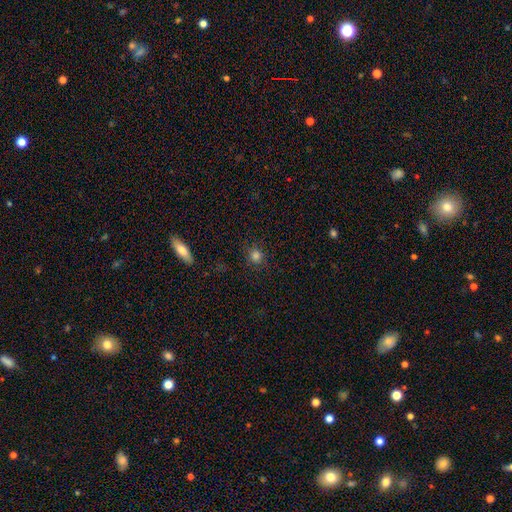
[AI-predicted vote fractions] Morphology: type=smooth (79%); roundness=round (89%); merging=none (86%).